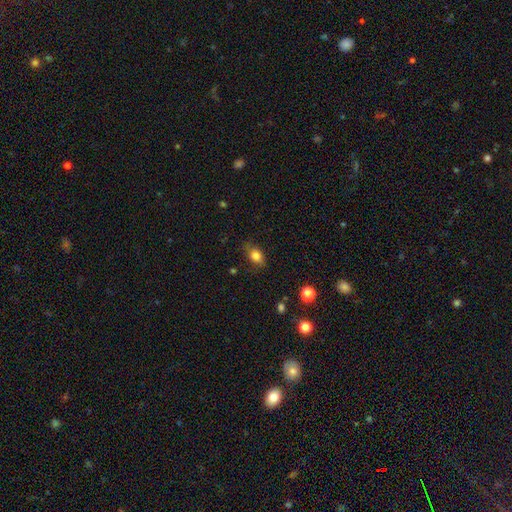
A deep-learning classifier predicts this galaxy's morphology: The model was most divided on "how rounded": in between: 70%, round: 28%, cigar-shaped: 2%. More confident: smooth or featured — smooth (82%); merging — none (75%).